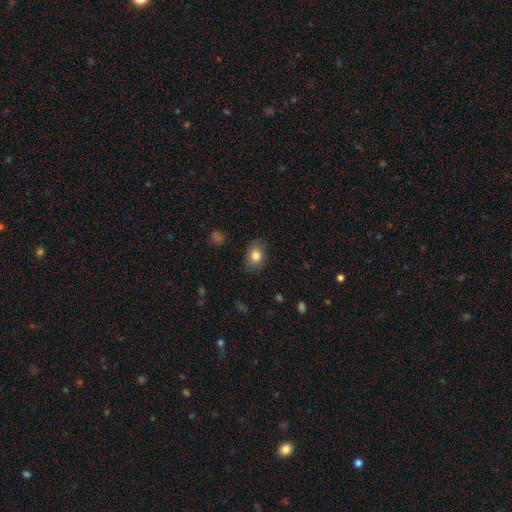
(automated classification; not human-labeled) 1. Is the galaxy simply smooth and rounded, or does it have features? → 82% smooth, 9% featured or disk, 9% star or artifact.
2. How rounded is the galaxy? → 70% in between, 29% round, 1% cigar-shaped.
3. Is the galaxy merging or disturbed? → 80% none, 15% minor disturbance, 3% major disturbance, 1% merger.